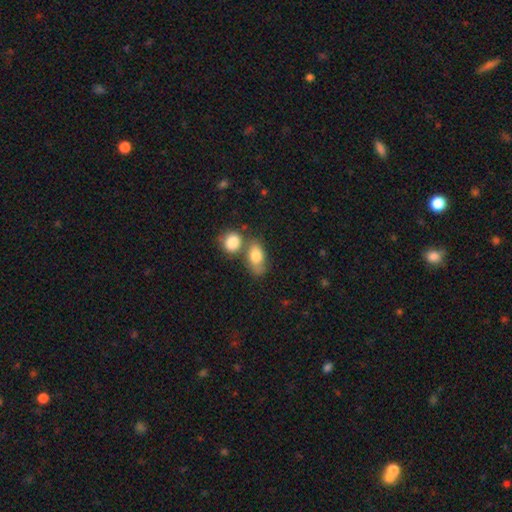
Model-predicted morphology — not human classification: type=smooth (80%); roundness=in between (84%); merging=none (42%).